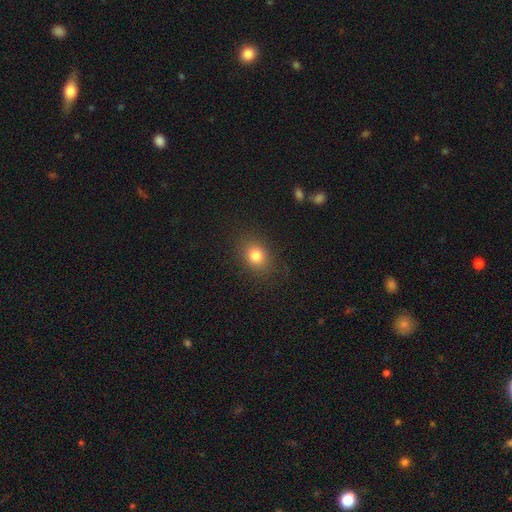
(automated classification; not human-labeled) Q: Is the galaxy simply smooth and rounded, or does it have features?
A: smooth — 81%.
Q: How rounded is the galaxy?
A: in between — 52%.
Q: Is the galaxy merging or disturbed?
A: none — 86%.